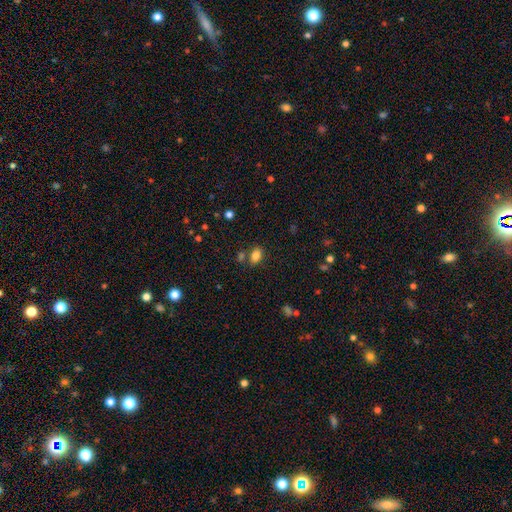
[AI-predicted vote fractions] A smooth galaxy with no disk features (83%) that is in between round and cigar-shaped (84%).

Vote fractions:
- Smooth or featured? smooth: 83% / star or artifact: 11% / featured or disk: 6%
- How rounded? in between: 84% / round: 15% / cigar-shaped: 2%
- Merging? none: 72% / merger: 13% / minor disturbance: 12% / major disturbance: 4%